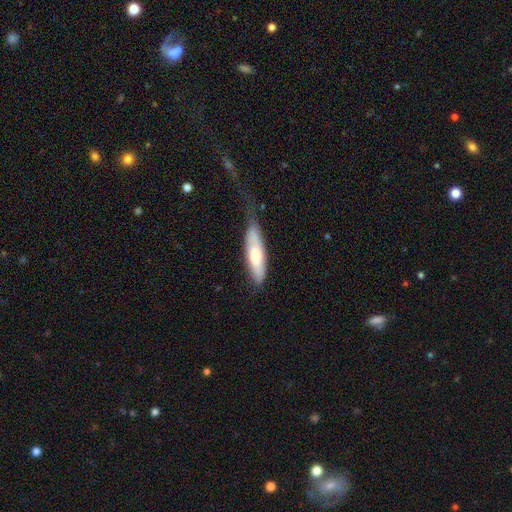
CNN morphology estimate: smooth_or_featured: smooth (p=0.62) [alt: featured or disk p=0.33]
how_rounded: cigar-shaped (p=0.57) [alt: in between p=0.41]
merging: none (p=0.44) [alt: minor disturbance p=0.36]